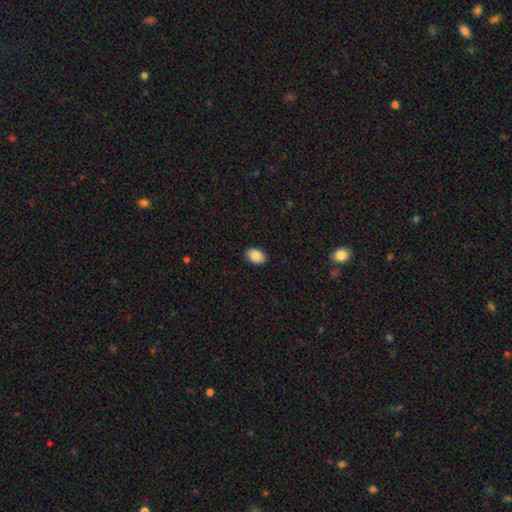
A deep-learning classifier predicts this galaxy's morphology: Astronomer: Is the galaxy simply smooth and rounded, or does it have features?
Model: smooth — 89%.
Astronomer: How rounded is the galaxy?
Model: in between — 84%.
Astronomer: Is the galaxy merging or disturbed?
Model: none — 89%.